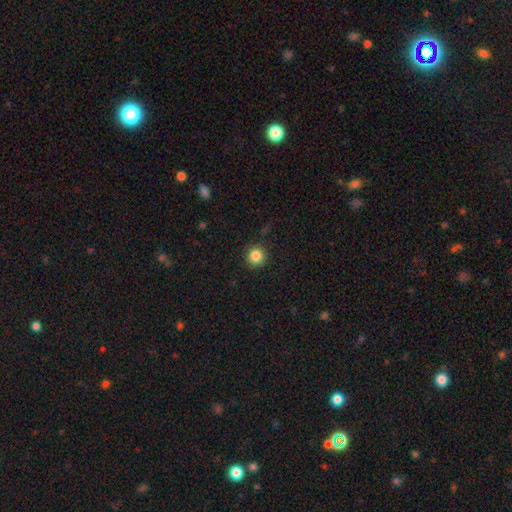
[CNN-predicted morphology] type=smooth (85%); roundness=round (94%); merging=none (90%).